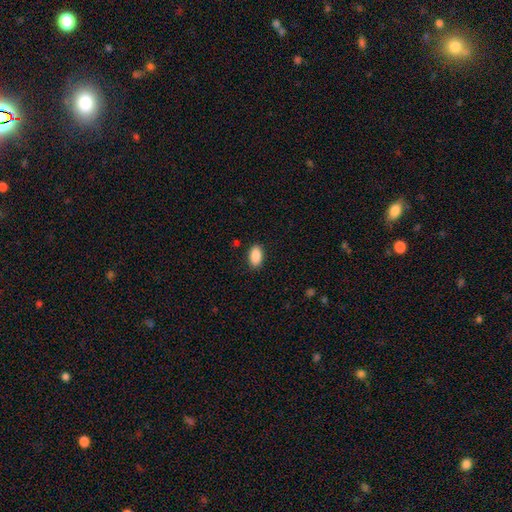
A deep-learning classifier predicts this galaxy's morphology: This appears to be a smooth galaxy with no disk features (90%) that is in between round and cigar-shaped (93%). Merging: none (88%).